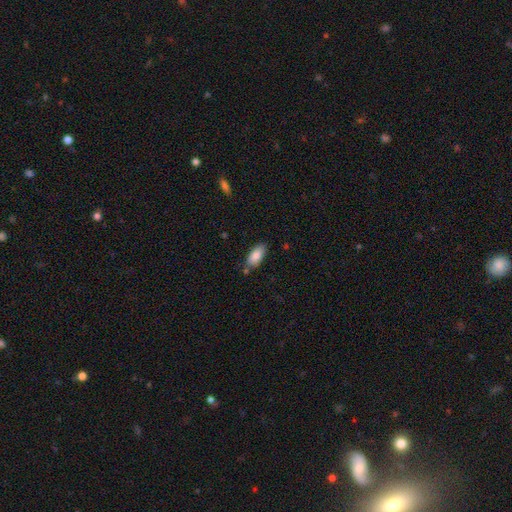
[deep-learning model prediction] This appears to be a smooth galaxy with no disk features (86%) that is in between round and cigar-shaped (88%). Merging: none (75%).